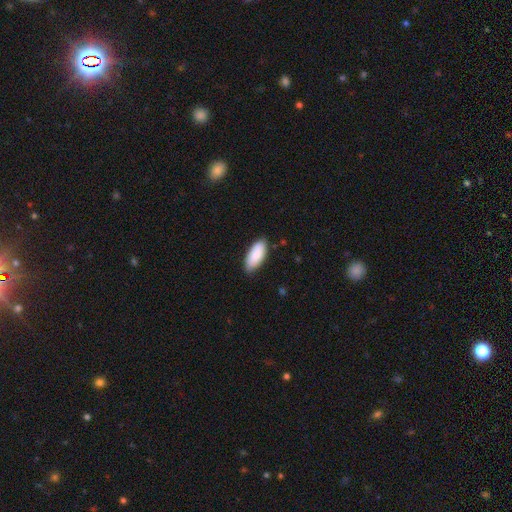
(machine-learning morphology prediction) Smooth or featured? smooth (89%)
How rounded? in between (88%)
Merging? none (83%)